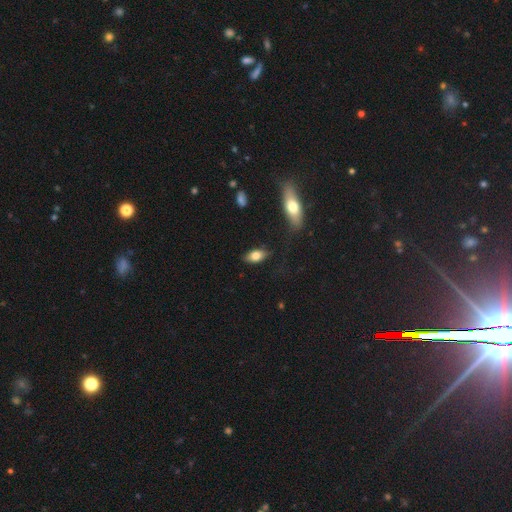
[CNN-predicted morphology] A smooth galaxy with no disk features (77%) that is in between round and cigar-shaped (88%).

Vote fractions:
- Smooth or featured? smooth: 77% / featured or disk: 16% / star or artifact: 7%
- How rounded? in between: 88% / cigar-shaped: 7% / round: 5%
- Merging? none: 78% / minor disturbance: 15% / major disturbance: 4% / merger: 2%